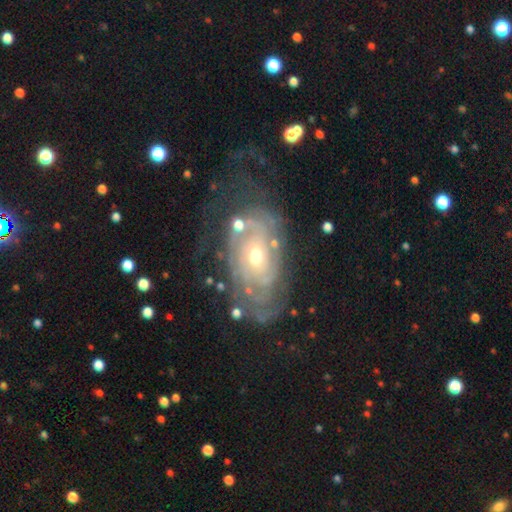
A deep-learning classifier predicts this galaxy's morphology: Smooth or featured? featured or disk (85%)
Edge-on disk? no (95%)
Bar? no (71%)
Spiral arms? yes (90%)
Spiral winding? tight (72%)
Spiral arm count? can't tell (44%)
Bulge size? moderate (58%)
Merging? none (62%)